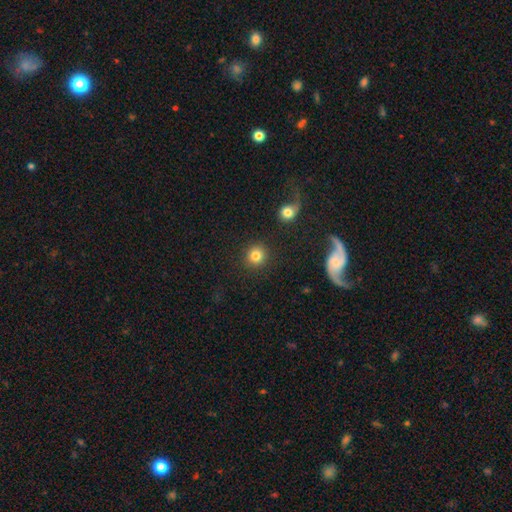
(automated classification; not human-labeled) Morphology: type=smooth (83%); roundness=round (92%); merging=none (89%).